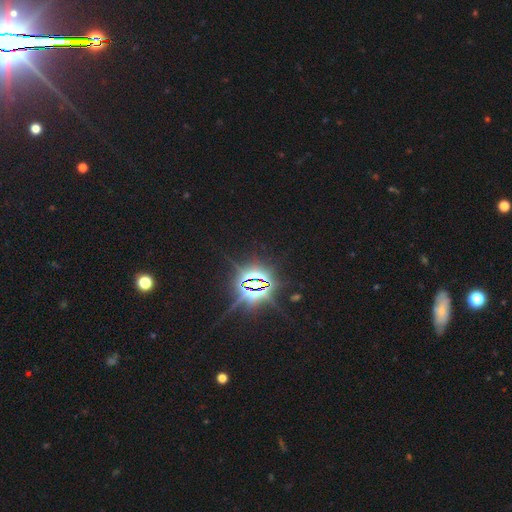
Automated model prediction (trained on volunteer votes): Smooth or featured? Predicted: star or artifact (p=0.84).